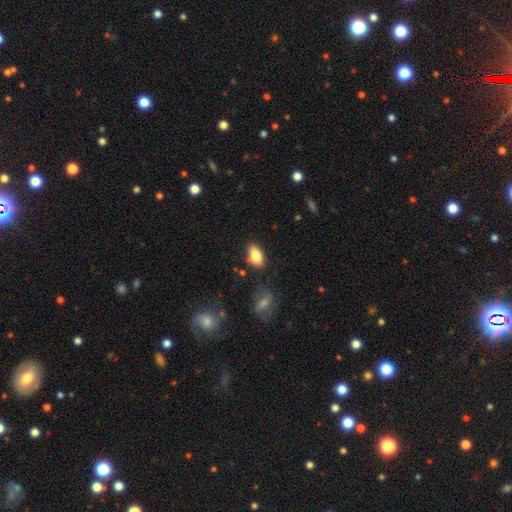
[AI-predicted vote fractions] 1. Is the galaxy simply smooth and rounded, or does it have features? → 80% smooth, 12% featured or disk, 8% star or artifact.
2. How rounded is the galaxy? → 91% in between, 6% round, 3% cigar-shaped.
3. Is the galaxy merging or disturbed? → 81% none, 13% minor disturbance, 3% merger, 3% major disturbance.